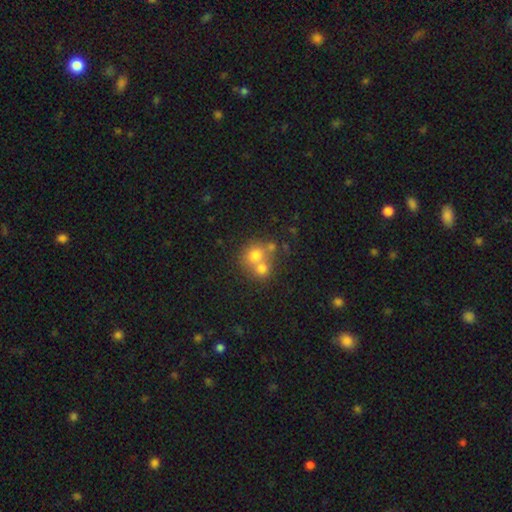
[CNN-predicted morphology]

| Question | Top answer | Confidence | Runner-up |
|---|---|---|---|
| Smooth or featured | smooth | 68% | featured or disk (19%) |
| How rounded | round | 81% | in between (18%) |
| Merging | merger | 55% | none (36%) |